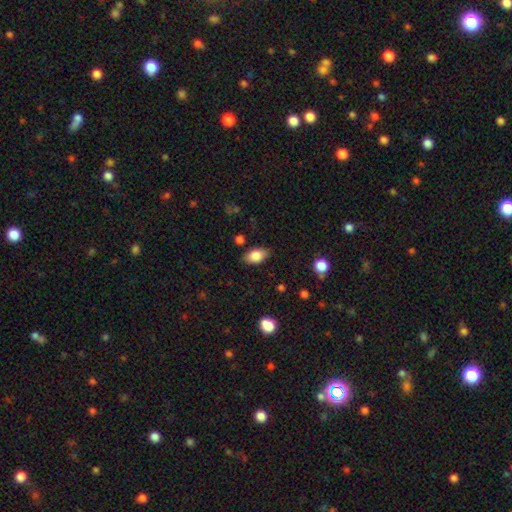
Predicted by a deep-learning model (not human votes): A smooth galaxy with no disk features (83%) that is in between round and cigar-shaped (91%).

Vote fractions:
- Smooth or featured? smooth: 83% / featured or disk: 10% / star or artifact: 8%
- How rounded? in between: 91% / round: 7% / cigar-shaped: 2%
- Merging? none: 84% / minor disturbance: 12% / major disturbance: 3% / merger: 2%